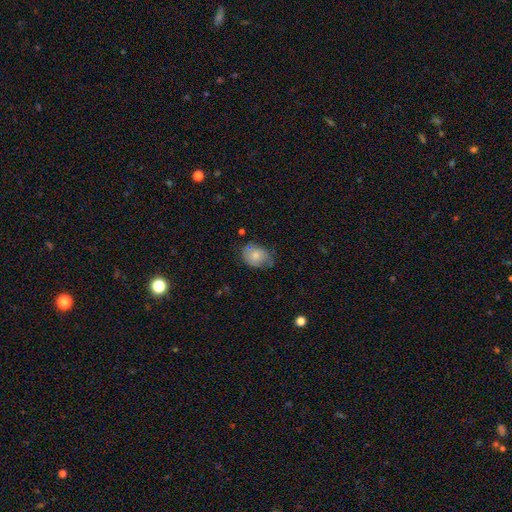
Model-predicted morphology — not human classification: Q: Smooth or featured?
A: smooth (76%); runner-up: featured or disk (16%)
Q: How rounded?
A: in between (58%); runner-up: round (41%)
Q: Merging?
A: none (58%); runner-up: minor disturbance (29%)